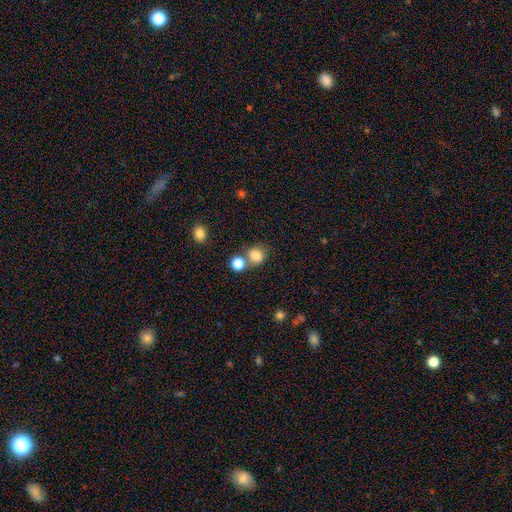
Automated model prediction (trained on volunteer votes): The model was most divided on "merging": none: 55%, merger: 28%, minor disturbance: 12%, major disturbance: 5%. More confident: smooth or featured — smooth (82%); how rounded — round (70%).